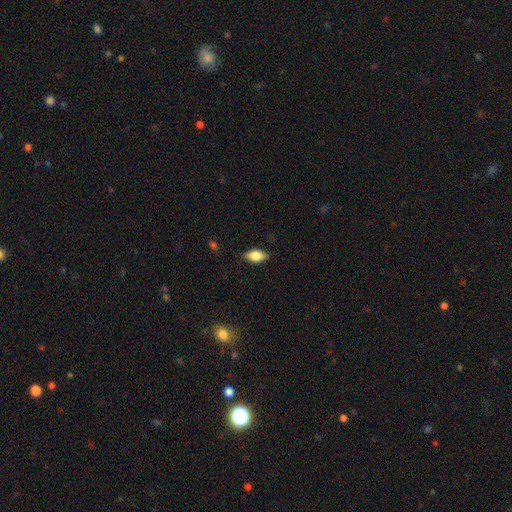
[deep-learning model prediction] Smooth or featured: smooth — 73% (featured or disk — 19%)
How rounded: in between — 87% (cigar-shaped — 6%)
Merging: none — 83% (minor disturbance — 14%)